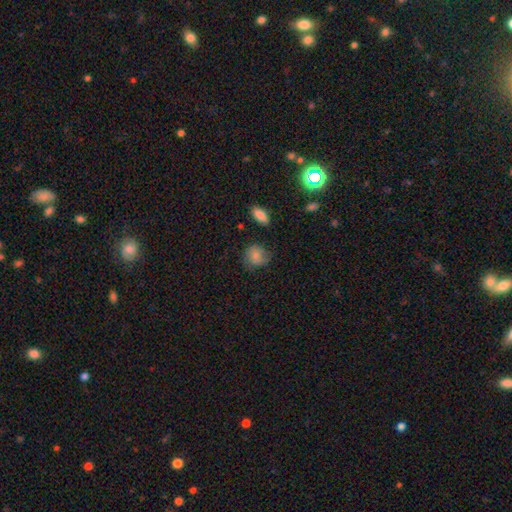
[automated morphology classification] Smooth or featured? smooth (77%)
How rounded? round (72%)
Merging? none (65%)